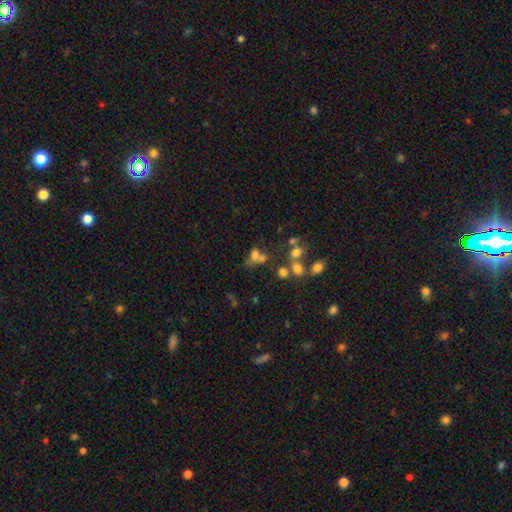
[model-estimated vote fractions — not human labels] This appears to be a smooth galaxy with no disk features (62%) that is round (49%). Merging: merger (41%).